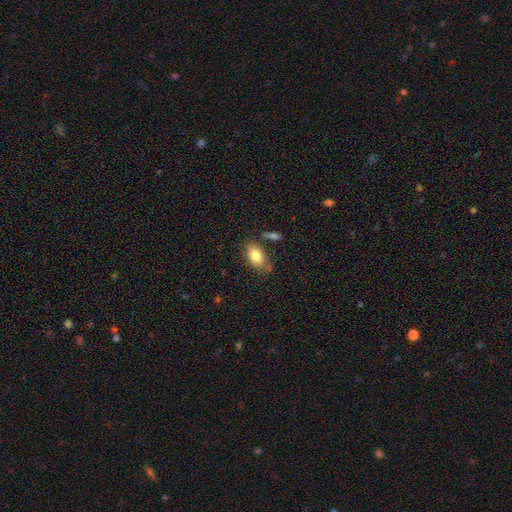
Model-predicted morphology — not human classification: Smooth or featured? Predicted: smooth (p=0.81). How rounded? Predicted: in between (p=0.90). Merging? Predicted: none (p=0.70).